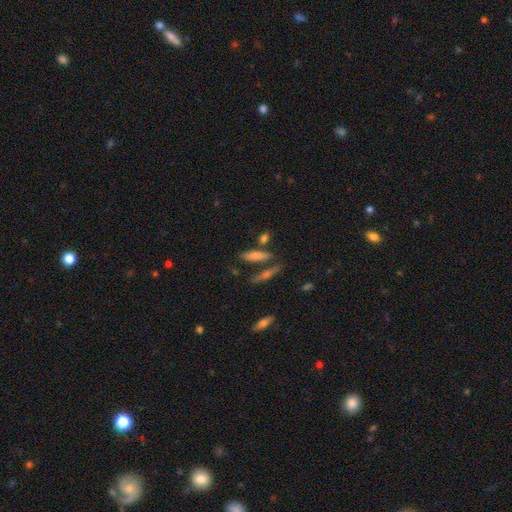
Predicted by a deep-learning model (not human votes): A smooth galaxy with no disk features (65%) that is cigar-shaped (67%).

Vote fractions:
- Smooth or featured? smooth: 65% / featured or disk: 25% / star or artifact: 10%
- How rounded? cigar-shaped: 67% / in between: 30% / round: 3%
- Merging? none: 65% / merger: 17% / minor disturbance: 13% / major disturbance: 5%